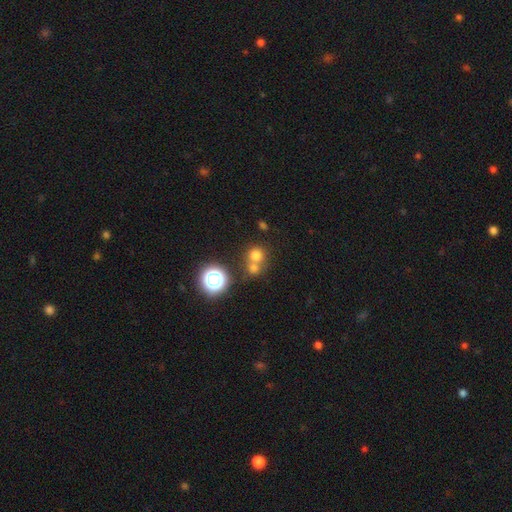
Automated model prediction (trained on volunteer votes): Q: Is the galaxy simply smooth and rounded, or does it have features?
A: smooth — 70%.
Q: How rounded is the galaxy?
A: round — 88%.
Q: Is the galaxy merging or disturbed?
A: none — 51%.